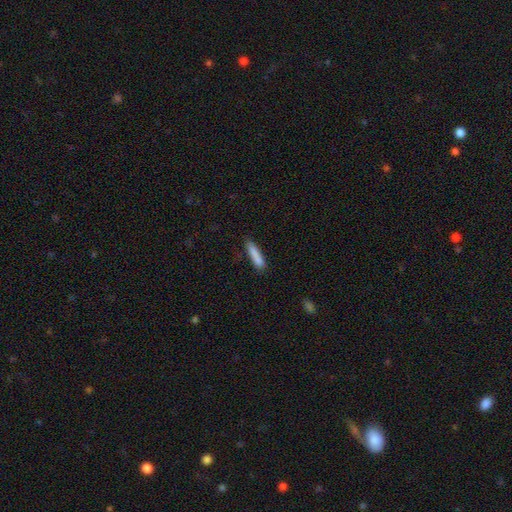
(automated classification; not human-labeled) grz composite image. It shows a smooth galaxy with no disk features (86%) that is cigar-shaped (86%). Merging: none (83%).